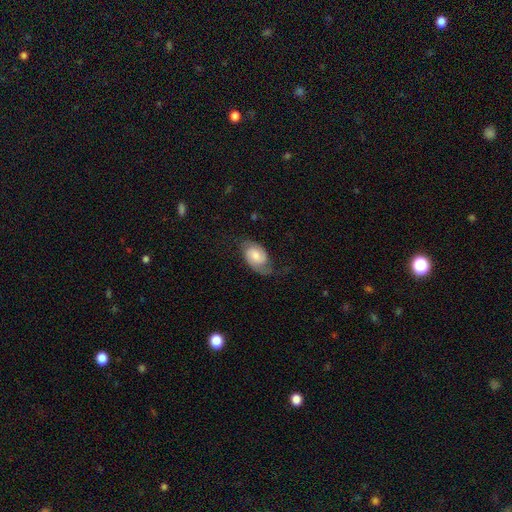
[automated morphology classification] Overall: featured or disk (51%; smooth 42%). Edge-on disk: no (96%). Merging: none (50%; minor disturbance 26%).